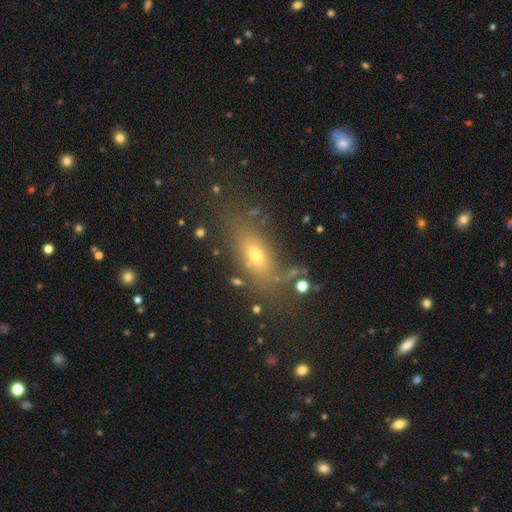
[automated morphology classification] smooth_or_featured: smooth (p=0.61) [alt: featured or disk p=0.21]
how_rounded: in between (p=0.68) [alt: cigar-shaped p=0.23]
merging: none (p=0.70) [alt: minor disturbance p=0.16]